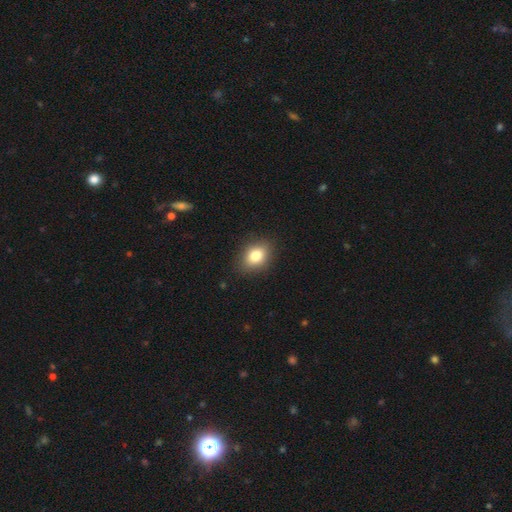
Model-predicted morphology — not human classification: smooth-or-featured: smooth: 81% | star or artifact: 10% | featured or disk: 9%
  how-rounded: in between: 68% | round: 31% | cigar-shaped: 1%
  merging: none: 87% | minor disturbance: 10% | major disturbance: 3% | merger: 1%